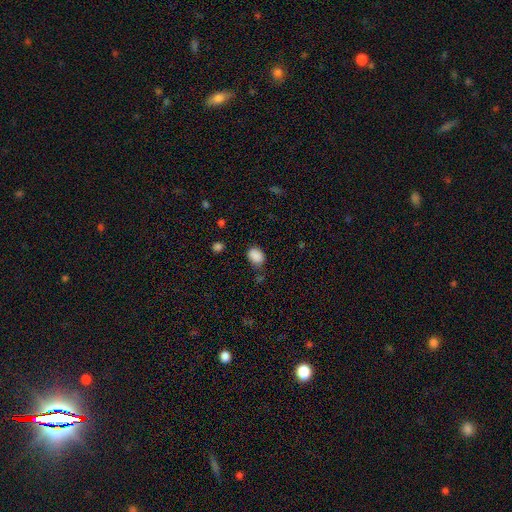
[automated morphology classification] This is clearly a smooth galaxy (87%). How rounded: likely in between (69%). Merging: likely none (73%).